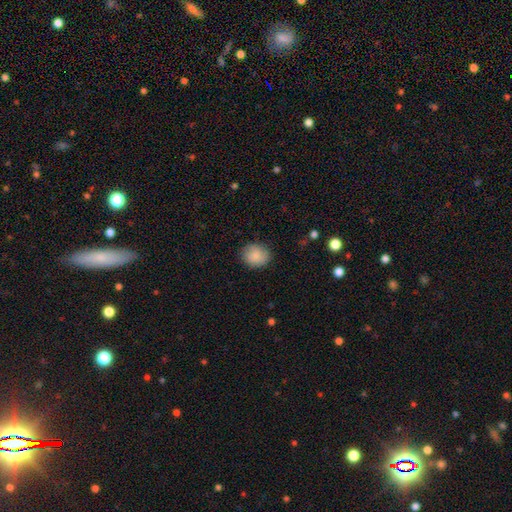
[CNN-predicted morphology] Overall: smooth (85%). How rounded: round (71%). Merging: none (85%).